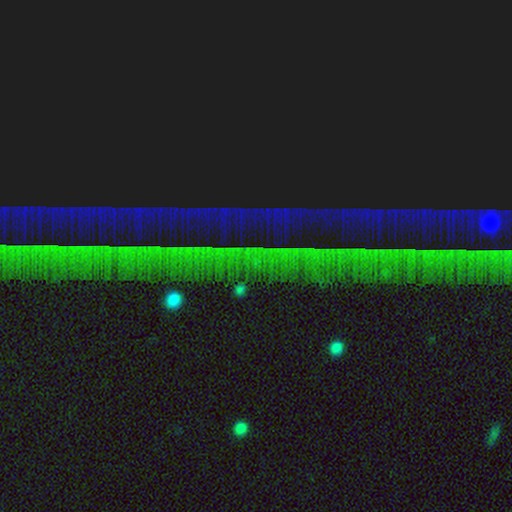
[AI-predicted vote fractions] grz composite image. It shows a star or artifact, not a galaxy (88%).